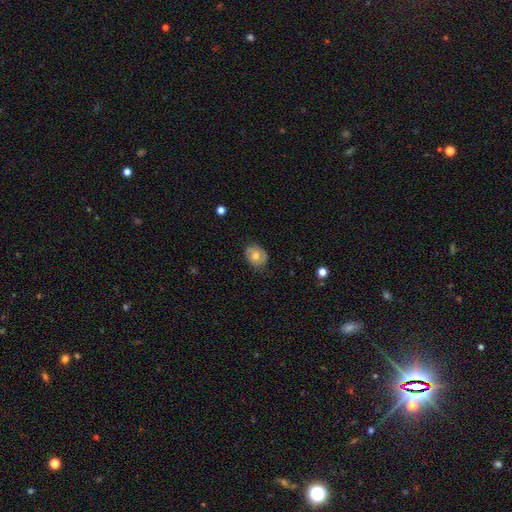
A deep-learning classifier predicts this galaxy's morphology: This appears to be a smooth galaxy with no disk features (63%) that is round (54%). Merging: none (76%).